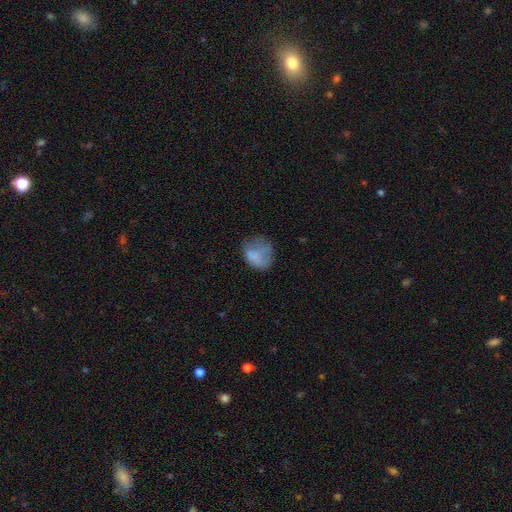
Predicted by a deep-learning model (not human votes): Smooth or featured? Predicted: smooth (p=0.73). How rounded? Predicted: round (p=0.58). Merging? Predicted: none (p=0.43).